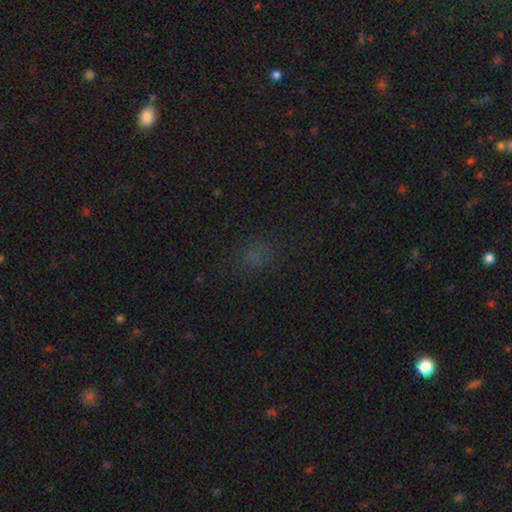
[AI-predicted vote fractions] This appears to be a smooth galaxy with no disk features (56%) that is in between round and cigar-shaped (50%). Merging: none (76%).